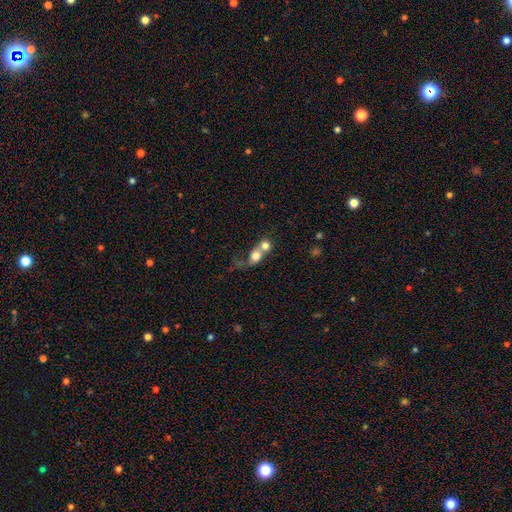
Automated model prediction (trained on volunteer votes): Overall: smooth (72%). How rounded: round (65%; in between 32%). Merging: merger (72%).